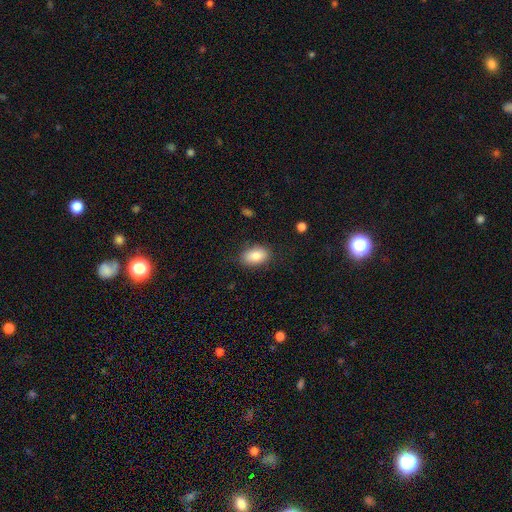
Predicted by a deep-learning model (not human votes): Smooth or featured: smooth — 84% (featured or disk — 9%)
How rounded: in between — 90% (round — 9%)
Merging: none — 83% (minor disturbance — 12%)